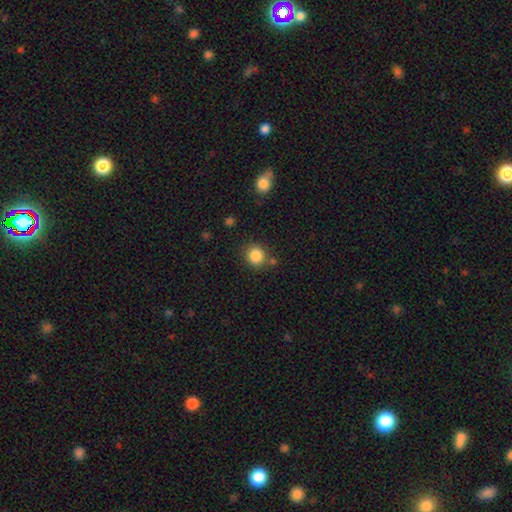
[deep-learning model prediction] This is clearly a smooth galaxy (86%). How rounded: clearly round (86%). Merging: likely none (78%).